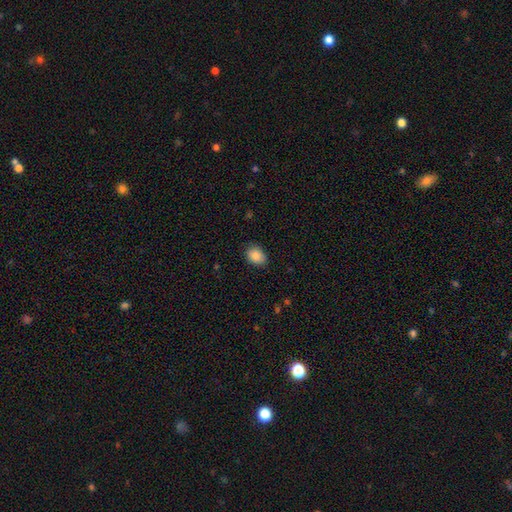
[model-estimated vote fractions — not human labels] smooth-or-featured: smooth: 87% | star or artifact: 8% | featured or disk: 5%
  how-rounded: in between: 66% | round: 33% | cigar-shaped: 1%
  merging: none: 81% | minor disturbance: 15% | major disturbance: 3% | merger: 1%